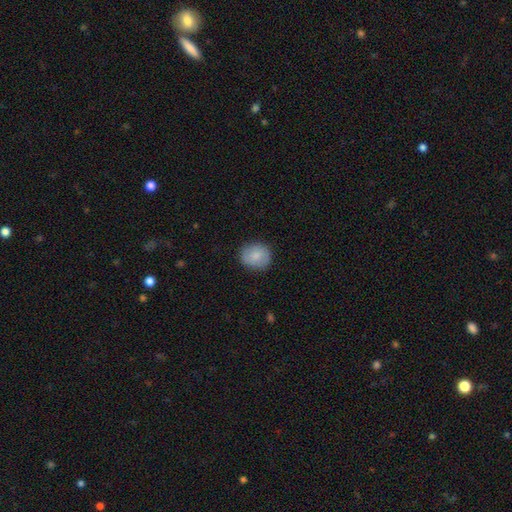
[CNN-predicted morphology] This is clearly a smooth galaxy (82%). How rounded: likely round (73%). Merging: clearly none (85%).